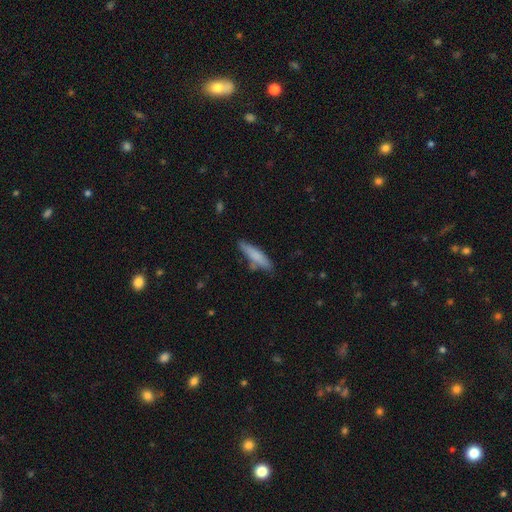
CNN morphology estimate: Smooth or featured? Predicted: smooth (p=0.77). How rounded? Predicted: cigar-shaped (p=0.79). Merging? Predicted: none (p=0.73).